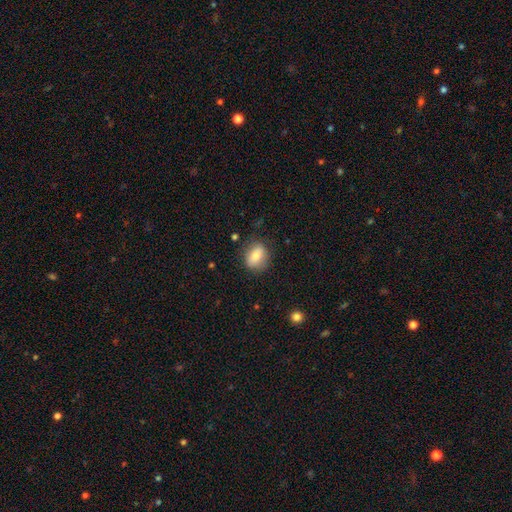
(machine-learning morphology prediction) Smooth or featured: smooth — 74% (featured or disk — 18%)
How rounded: in between — 53% (round — 44%)
Merging: none — 77% (minor disturbance — 17%)